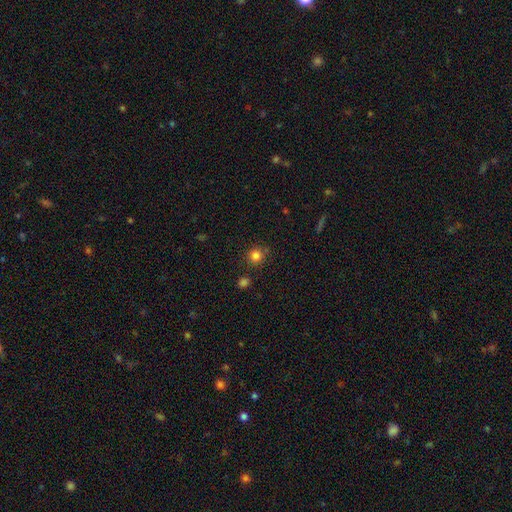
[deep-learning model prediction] This appears to be a smooth galaxy with no disk features (82%) that is round (90%). Merging: none (80%).